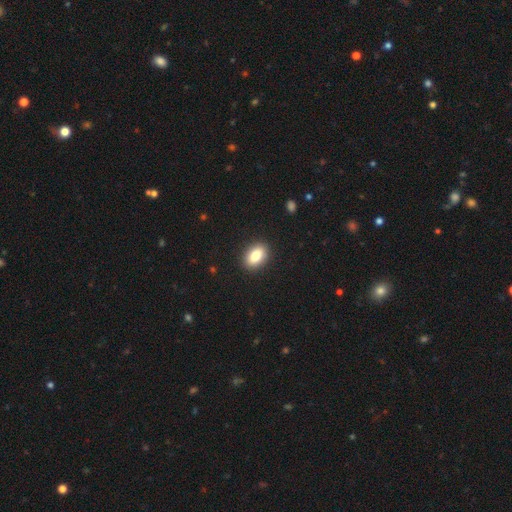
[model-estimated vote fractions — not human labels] smooth-or-featured: smooth: 83% | featured or disk: 9% | star or artifact: 8%
  how-rounded: in between: 84% | round: 14% | cigar-shaped: 2%
  merging: none: 90% | minor disturbance: 7% | major disturbance: 2% | merger: 1%